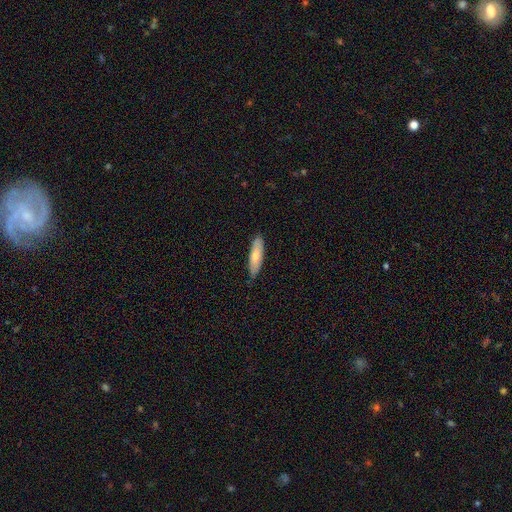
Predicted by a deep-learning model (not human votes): A smooth galaxy with no disk features (72%) that is cigar-shaped (58%). Merging: none (86%).